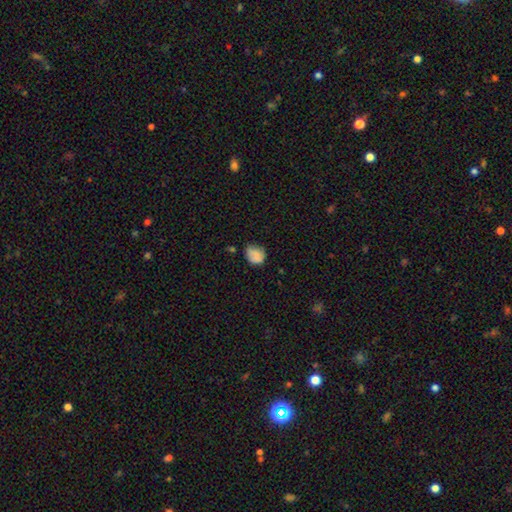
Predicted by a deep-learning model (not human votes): smooth_or_featured: smooth (p=0.77) [alt: featured or disk p=0.12]
how_rounded: round (p=0.57) [alt: in between p=0.42]
merging: none (p=0.60) [alt: minor disturbance p=0.29]